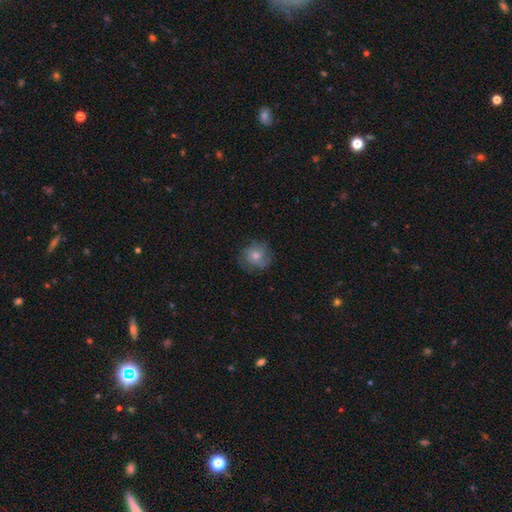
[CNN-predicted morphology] Q: Smooth or featured?
A: smooth (68%); runner-up: featured or disk (23%)
Q: How rounded?
A: round (87%); runner-up: in between (12%)
Q: Merging?
A: none (74%); runner-up: minor disturbance (19%)